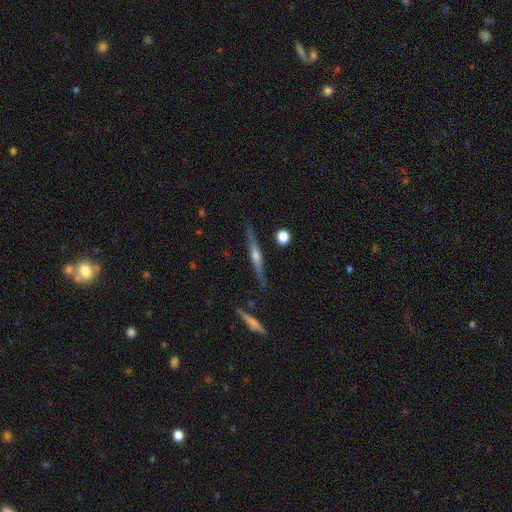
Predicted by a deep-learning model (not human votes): Smooth or featured? Predicted: featured or disk (p=0.75). Edge-on disk? Predicted: yes (p=0.98). Edge-on bulge? Predicted: rounded (p=0.79). Merging? Predicted: none (p=0.86).